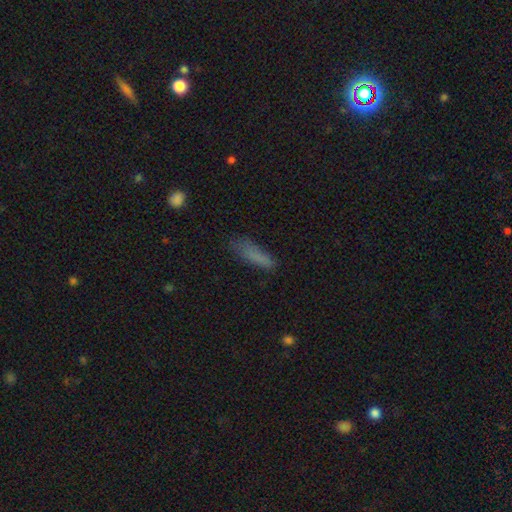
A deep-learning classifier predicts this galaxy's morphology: smooth-or-featured: smooth: 80% | star or artifact: 10% | featured or disk: 10%
  how-rounded: cigar-shaped: 65% | in between: 33% | round: 2%
  merging: none: 63% | minor disturbance: 25% | major disturbance: 9% | merger: 3%